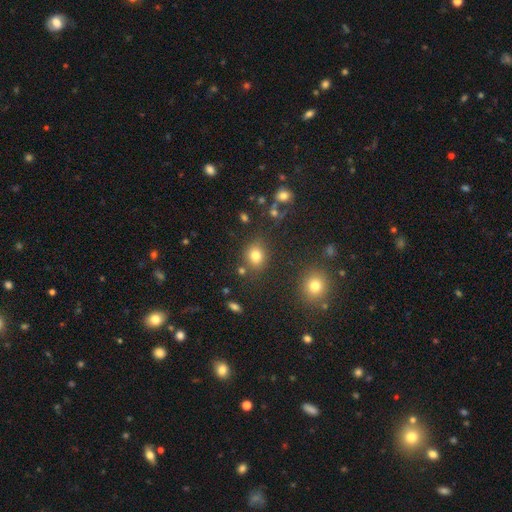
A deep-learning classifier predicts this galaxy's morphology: smooth-or-featured: smooth: 79% | star or artifact: 14% | featured or disk: 7%
  how-rounded: round: 64% | in between: 35% | cigar-shaped: 1%
  merging: none: 75% | minor disturbance: 13% | merger: 7% | major disturbance: 4%